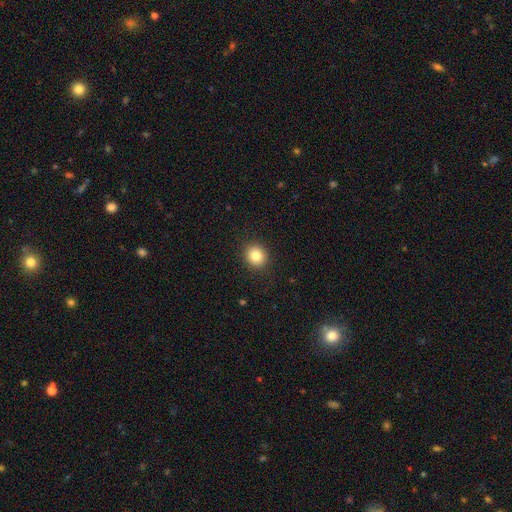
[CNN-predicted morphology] type=smooth (83%); roundness=round (83%); merging=none (91%).